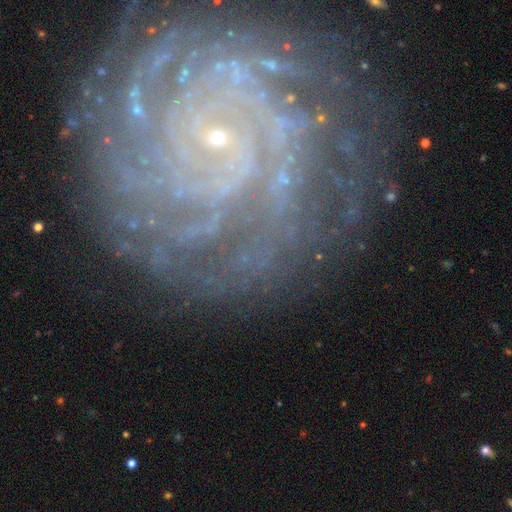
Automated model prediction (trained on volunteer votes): A featured or disk galaxy (87%) with no bar (63%), more than 4 (25%) tight (77%) spiral arms (98%) and a small central bulge (87%). Merging: none (76%).